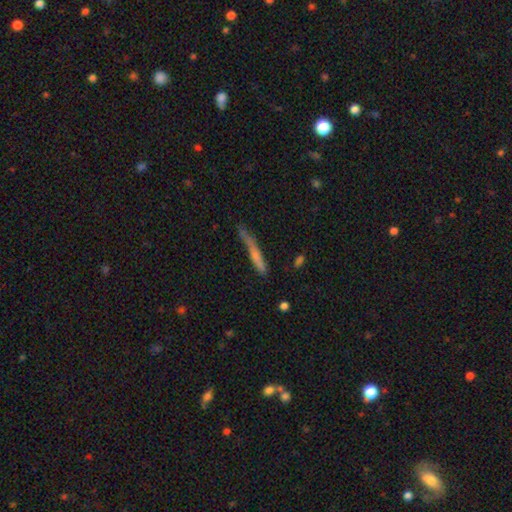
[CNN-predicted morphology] type=smooth (62%); roundness=cigar-shaped (94%); merging=none (52%).